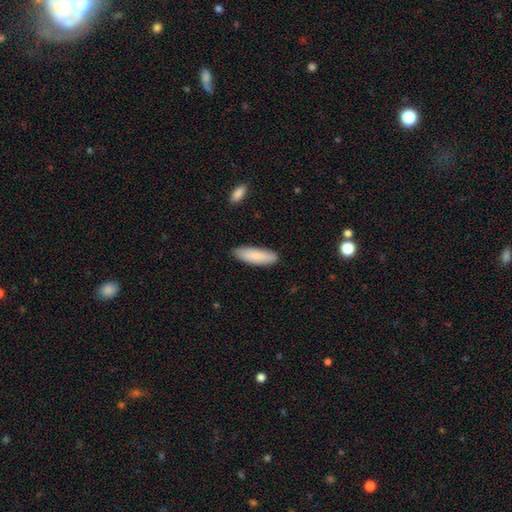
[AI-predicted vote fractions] Smooth or featured?
  - smooth: 86% *
  - featured or disk: 8%
  - star or artifact: 6%
How rounded?
  - cigar-shaped: 51% *
  - in between: 48%
  - round: 1%
Merging?
  - none: 87% *
  - minor disturbance: 10%
  - major disturbance: 2%
  - merger: 1%